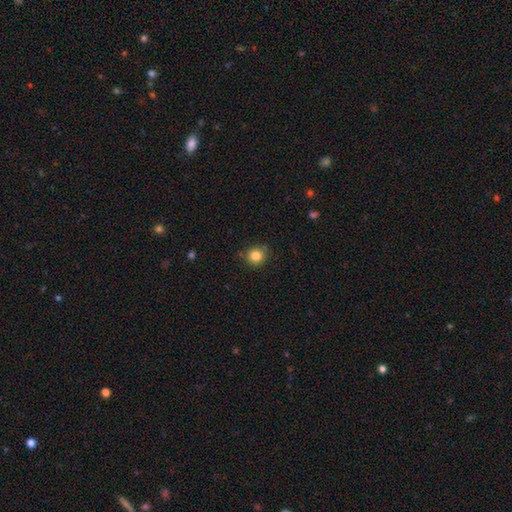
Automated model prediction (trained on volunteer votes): Smooth or featured?
  - smooth: 83% *
  - star or artifact: 11%
  - featured or disk: 5%
How rounded?
  - round: 89% *
  - in between: 10%
  - cigar-shaped: 1%
Merging?
  - none: 81% *
  - minor disturbance: 14%
  - major disturbance: 3%
  - merger: 3%